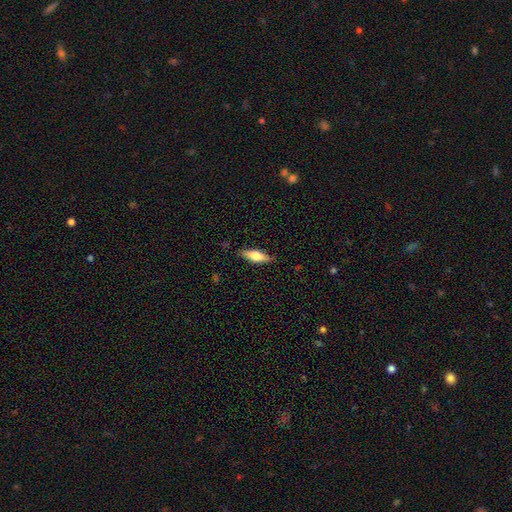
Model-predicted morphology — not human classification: Q: Smooth or featured?
A: smooth (64%); runner-up: featured or disk (30%)
Q: How rounded?
A: in between (53%); runner-up: cigar-shaped (45%)
Q: Merging?
A: none (82%); runner-up: minor disturbance (14%)